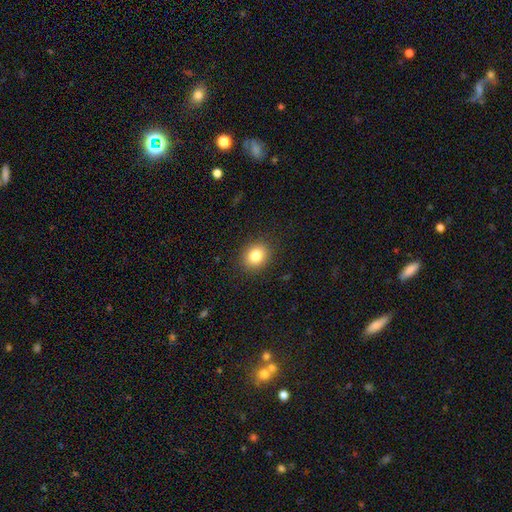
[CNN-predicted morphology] smooth_or_featured: smooth (p=0.82) [alt: star or artifact p=0.11]
how_rounded: round (p=0.68) [alt: in between p=0.31]
merging: none (p=0.89) [alt: minor disturbance p=0.07]